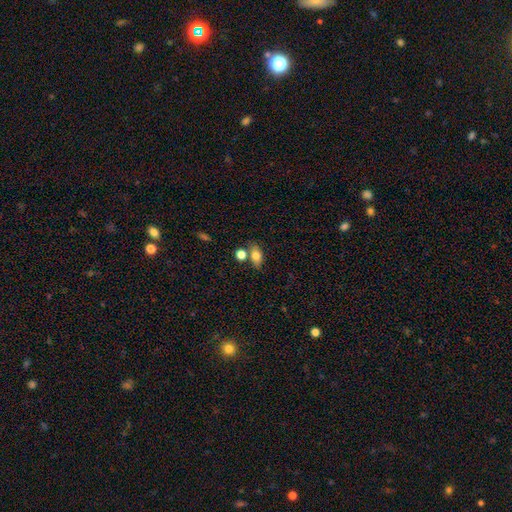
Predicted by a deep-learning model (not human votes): Q: Smooth or featured?
A: smooth (78%); runner-up: featured or disk (13%)
Q: How rounded?
A: in between (81%); runner-up: round (14%)
Q: Merging?
A: none (62%); runner-up: merger (20%)